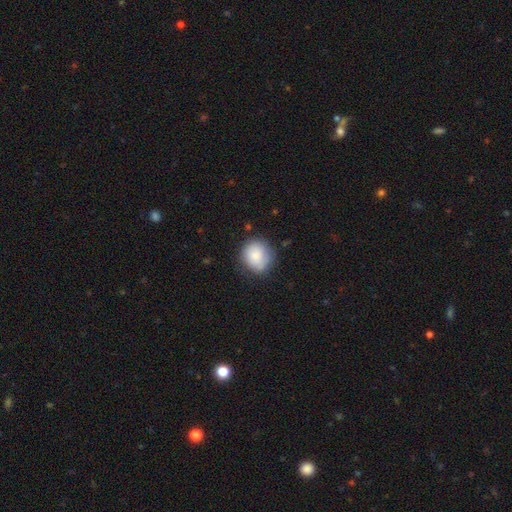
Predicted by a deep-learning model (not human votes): Overall: smooth (82%). How rounded: round (81%). Merging: none (75%).